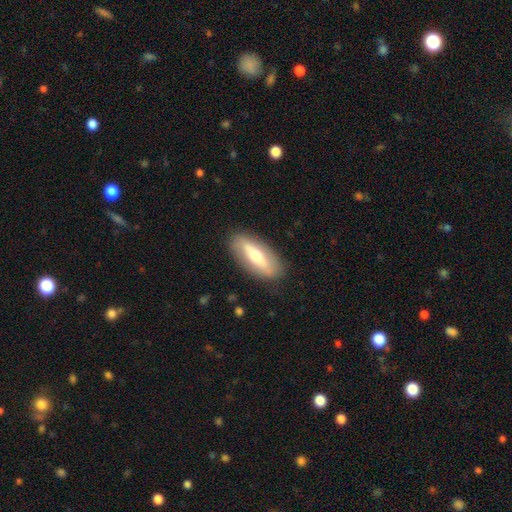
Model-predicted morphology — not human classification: smooth 51%, featured or disk 43%, star or artifact 6%. Down the decision tree: how rounded — in between (71%); merging — none (86%).